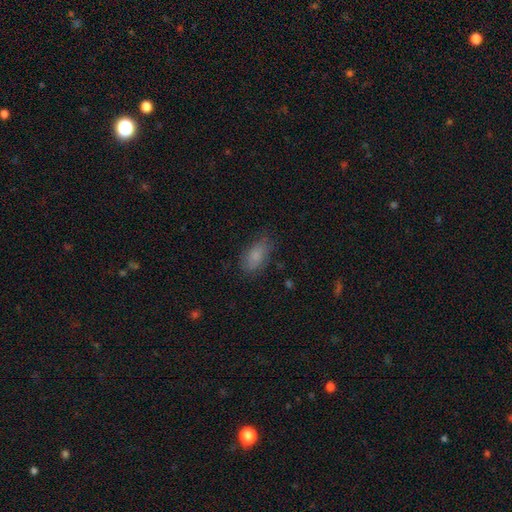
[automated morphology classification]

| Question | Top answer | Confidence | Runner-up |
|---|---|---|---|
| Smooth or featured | smooth | 80% | featured or disk (11%) |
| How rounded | in between | 90% | cigar-shaped (5%) |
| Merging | none | 72% | minor disturbance (20%) |